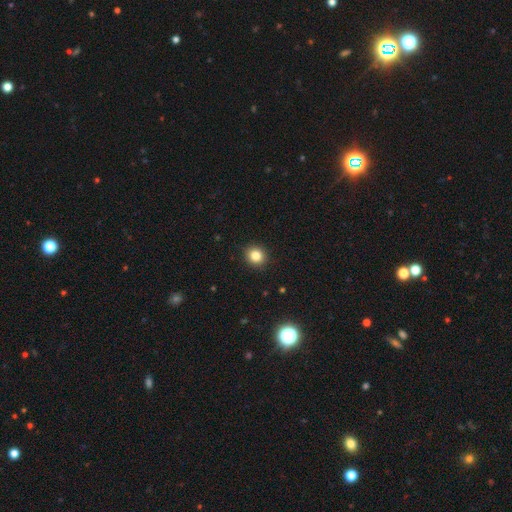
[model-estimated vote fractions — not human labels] The model was most divided on "smooth or featured": smooth: 83%, star or artifact: 12%, featured or disk: 5%. More confident: merging — none (92%); how rounded — round (88%).